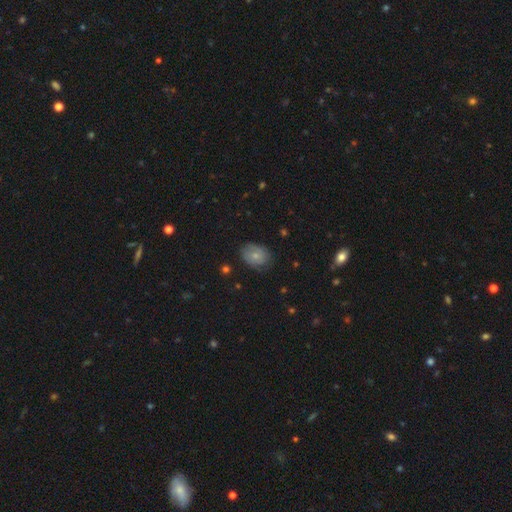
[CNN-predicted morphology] type=smooth (68%); roundness=in between (67%); merging=none (73%).